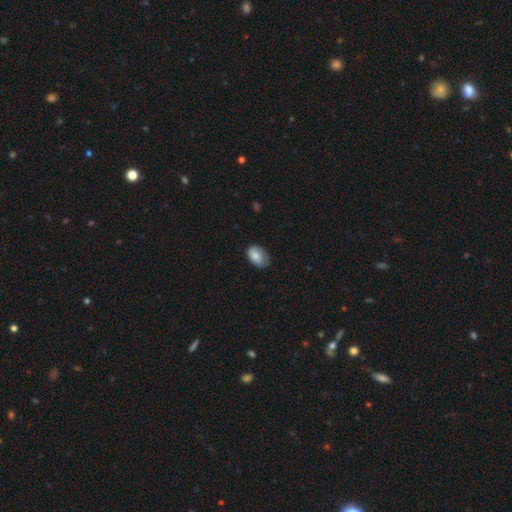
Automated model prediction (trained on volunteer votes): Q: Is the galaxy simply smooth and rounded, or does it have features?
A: smooth — 80%.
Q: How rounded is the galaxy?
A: in between — 87%.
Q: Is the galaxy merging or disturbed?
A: none — 69%.